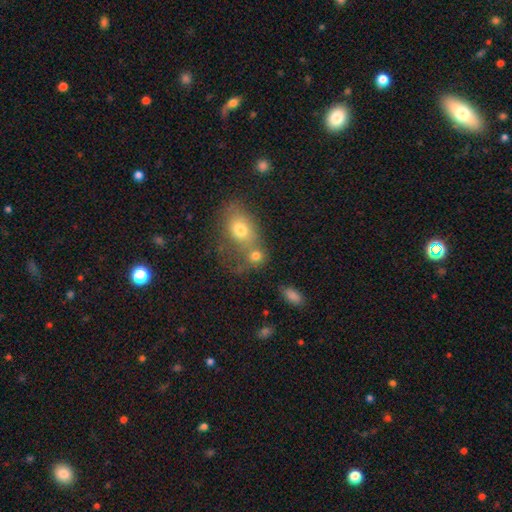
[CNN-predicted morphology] Smooth or featured: smooth — 74% (featured or disk — 14%)
How rounded: round — 53% (in between — 45%)
Merging: merger — 44% (none — 38%)